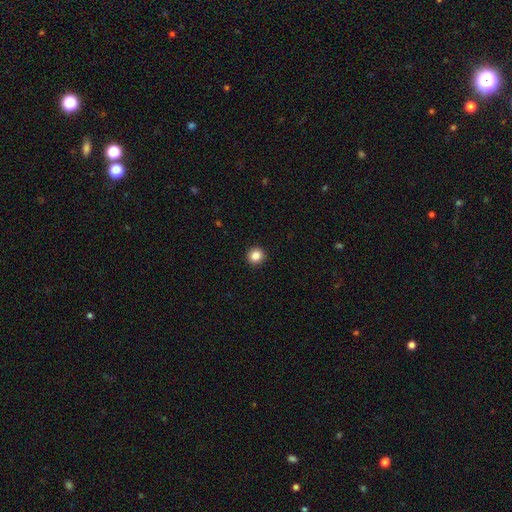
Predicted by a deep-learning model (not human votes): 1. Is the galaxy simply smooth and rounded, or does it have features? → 86% smooth, 10% star or artifact, 4% featured or disk.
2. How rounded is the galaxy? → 94% round, 5% in between, 1% cigar-shaped.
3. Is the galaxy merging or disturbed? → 93% none, 4% minor disturbance, 1% major disturbance, 1% merger.